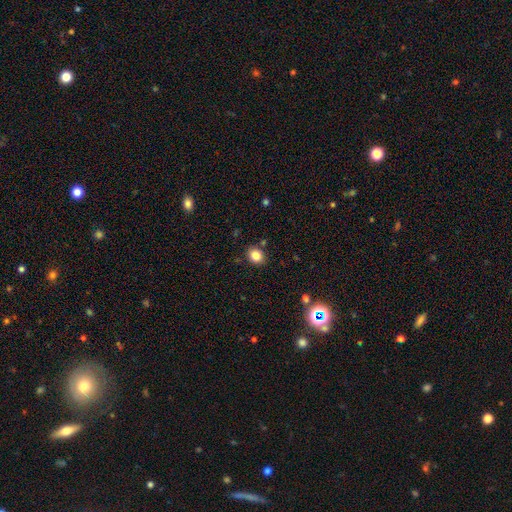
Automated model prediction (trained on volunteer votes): A smooth galaxy with no disk features (83%) that is round (61%).

Vote fractions:
- Smooth or featured? smooth: 83% / star or artifact: 11% / featured or disk: 6%
- How rounded? round: 61% / in between: 38% / cigar-shaped: 1%
- Merging? none: 85% / minor disturbance: 9% / merger: 4% / major disturbance: 2%